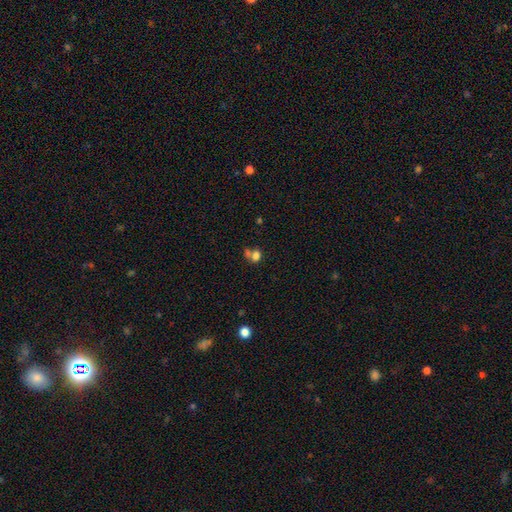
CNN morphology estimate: A smooth galaxy with no disk features (74%) that is round (52%).

Vote fractions:
- Smooth or featured? smooth: 74% / star or artifact: 14% / featured or disk: 12%
- How rounded? round: 52% / in between: 46% / cigar-shaped: 1%
- Merging? merger: 47% / none: 36% / minor disturbance: 10% / major disturbance: 7%